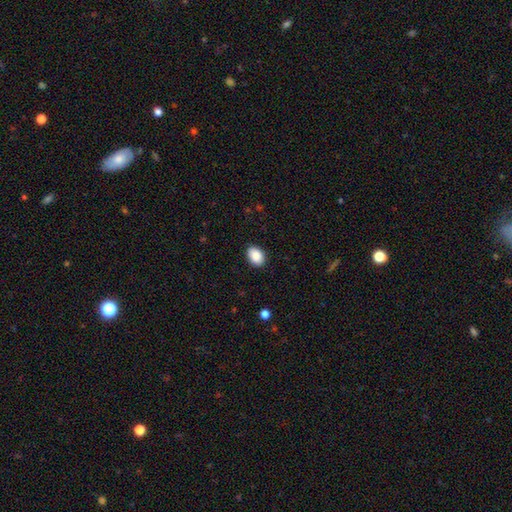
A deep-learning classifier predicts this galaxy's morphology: smooth_or_featured: smooth (p=0.89) [alt: star or artifact p=0.07]
how_rounded: in between (p=0.79) [alt: round p=0.20]
merging: none (p=0.88) [alt: minor disturbance p=0.09]